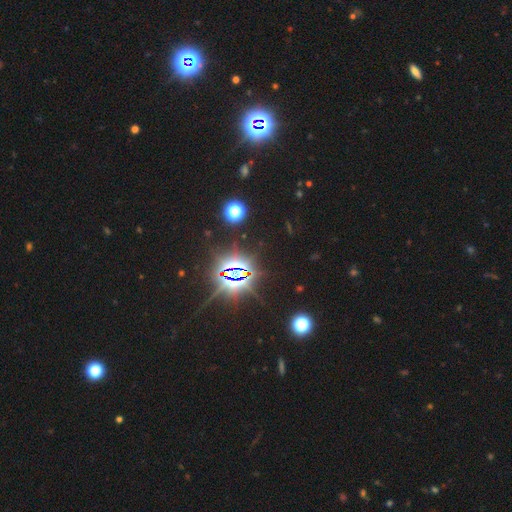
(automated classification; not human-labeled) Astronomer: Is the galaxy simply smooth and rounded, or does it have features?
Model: star or artifact — 85%.